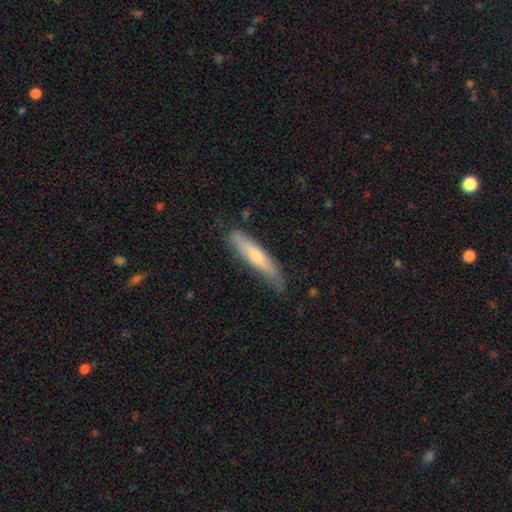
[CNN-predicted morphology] smooth-or-featured: smooth: 59% | featured or disk: 35% | star or artifact: 6%
  how-rounded: cigar-shaped: 85% | in between: 13% | round: 1%
  merging: none: 72% | minor disturbance: 22% | major disturbance: 4% | merger: 2%